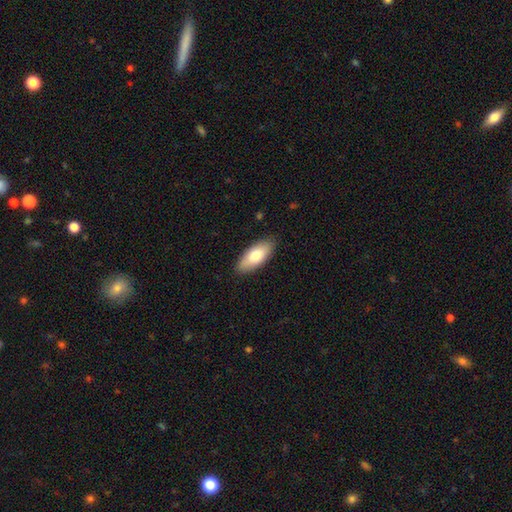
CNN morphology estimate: A smooth galaxy with no disk features (75%) that is in between round and cigar-shaped (83%). Merging: none (88%).